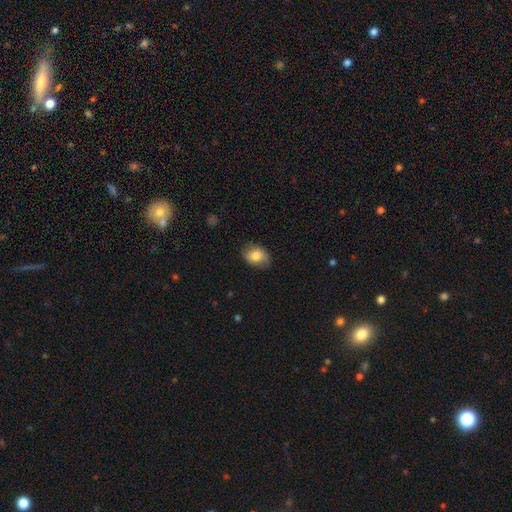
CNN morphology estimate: Smooth or featured?
  - smooth: 80% *
  - featured or disk: 12%
  - star or artifact: 8%
How rounded?
  - in between: 74% *
  - round: 25%
  - cigar-shaped: 1%
Merging?
  - none: 76% *
  - minor disturbance: 19%
  - major disturbance: 4%
  - merger: 1%